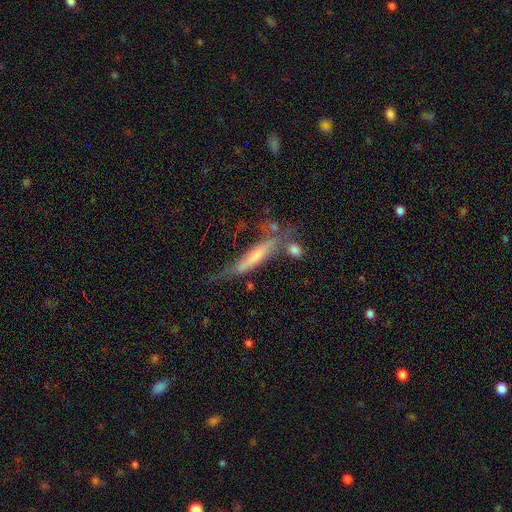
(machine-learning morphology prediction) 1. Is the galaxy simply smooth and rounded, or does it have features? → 53% featured or disk, 39% smooth, 9% star or artifact.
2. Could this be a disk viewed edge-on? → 78% yes, 22% no.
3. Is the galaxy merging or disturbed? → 41% none, 25% minor disturbance, 20% major disturbance, 14% merger.